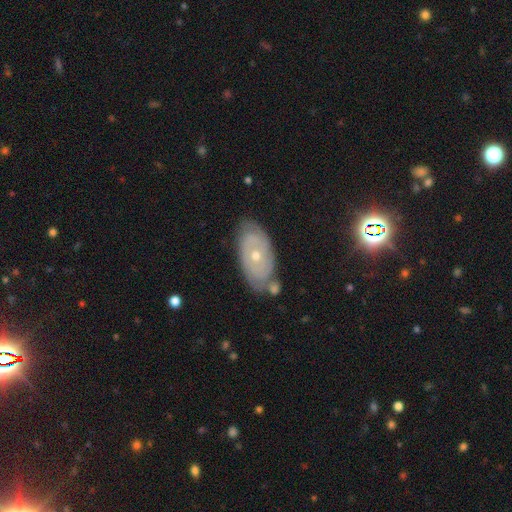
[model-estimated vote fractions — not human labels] smooth_or_featured: featured or disk (p=0.71) [alt: smooth p=0.21]
disk_edge_on: no (p=0.93) [alt: yes p=0.07]
bar: no (p=0.83) [alt: weak p=0.13]
has_spiral_arms: yes (p=0.77) [alt: no p=0.23]
spiral_winding: tight (p=0.77) [alt: medium p=0.18]
spiral_arm_count: can't tell (p=0.49) [alt: 2 p=0.33]
bulge_size: small (p=0.57) [alt: moderate p=0.40]
merging: none (p=0.72) [alt: minor disturbance p=0.18]